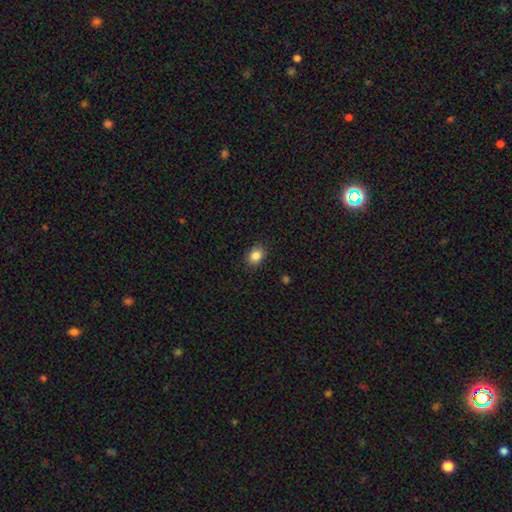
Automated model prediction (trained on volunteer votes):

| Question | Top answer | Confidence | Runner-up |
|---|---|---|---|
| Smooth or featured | smooth | 86% | star or artifact (10%) |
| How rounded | in between | 52% | round (47%) |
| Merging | none | 87% | minor disturbance (9%) |